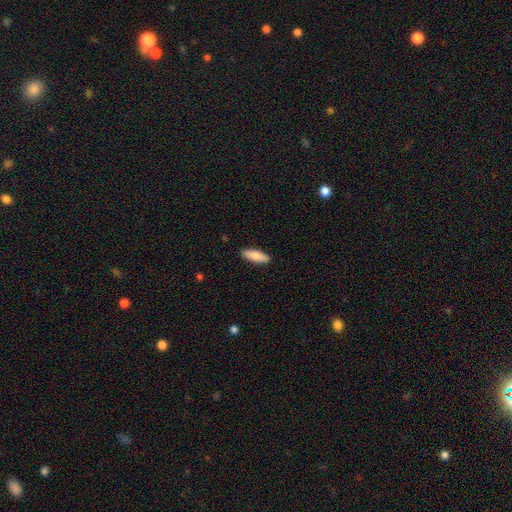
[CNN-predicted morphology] smooth 86%, featured or disk 9%, star or artifact 5%. Down the decision tree: how rounded — in between (58%); merging — none (90%).